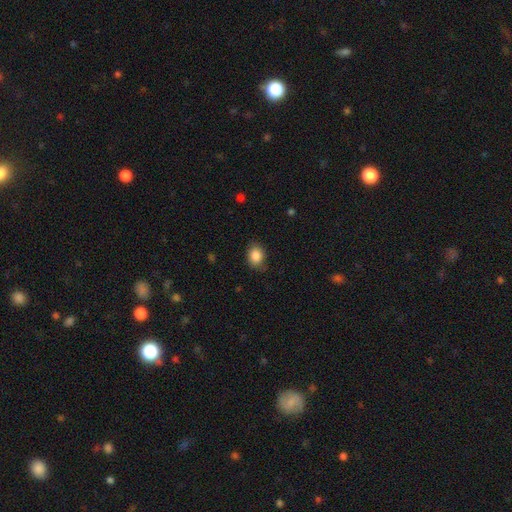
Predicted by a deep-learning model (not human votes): Smooth or featured?
  - smooth: 86% *
  - star or artifact: 9%
  - featured or disk: 5%
How rounded?
  - in between: 58% *
  - round: 41%
  - cigar-shaped: 1%
Merging?
  - none: 81% *
  - minor disturbance: 15%
  - major disturbance: 3%
  - merger: 1%